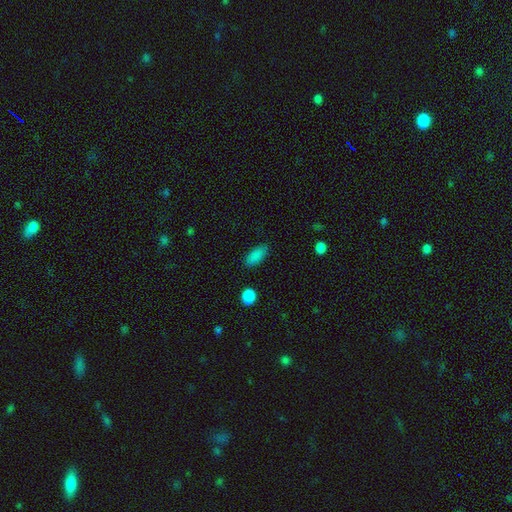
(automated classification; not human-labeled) Smooth or featured? smooth (87%)
How rounded? in between (85%)
Merging? none (84%)